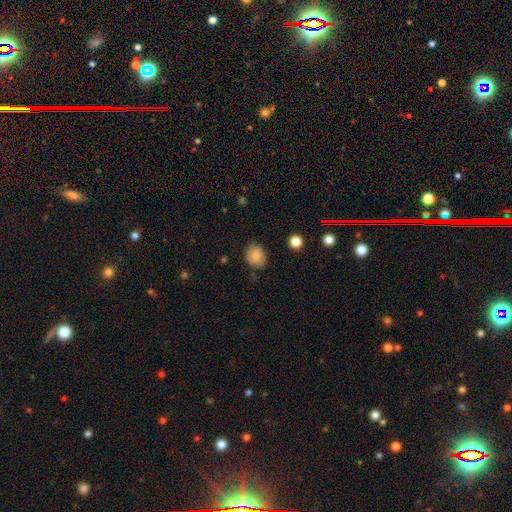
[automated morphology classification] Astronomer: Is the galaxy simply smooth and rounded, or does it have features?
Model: smooth — 84%.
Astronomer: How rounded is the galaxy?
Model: round — 67%.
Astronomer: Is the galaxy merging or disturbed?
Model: none — 80%.